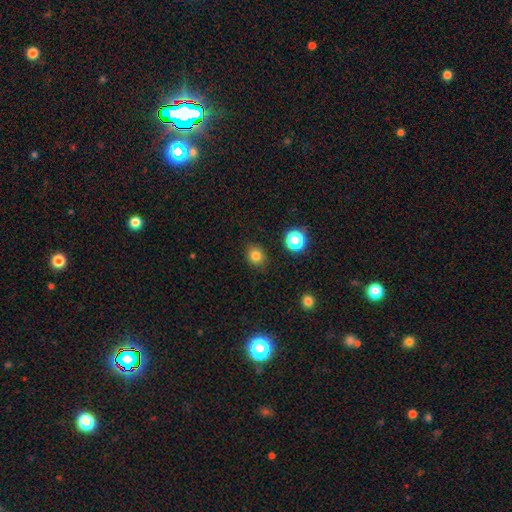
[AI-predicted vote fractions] This appears to be a smooth galaxy with no disk features (81%) that is round (74%). Merging: none (86%).